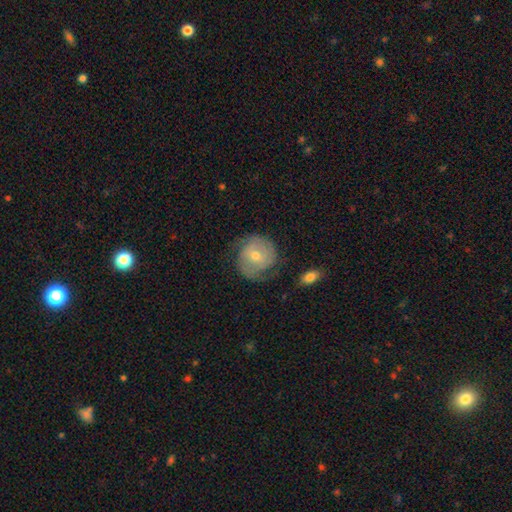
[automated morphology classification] Overall: featured or disk (62%; smooth 31%). Edge-on disk: no (97%). Bar: no (68%). Spiral arms: yes (84%). Spiral arm count: 2 (65%). Spiral winding: tight (48%; medium 35%). Bulge size: moderate (51%; small 45%). Merging: none (67%).